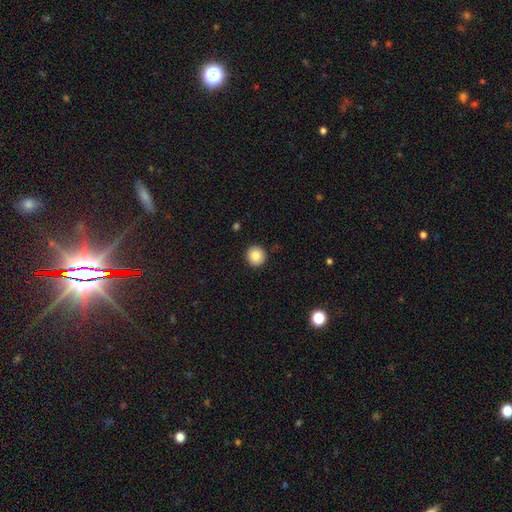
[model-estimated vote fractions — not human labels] Smooth or featured? Predicted: smooth (p=0.86). How rounded? Predicted: round (p=0.94). Merging? Predicted: none (p=0.92).